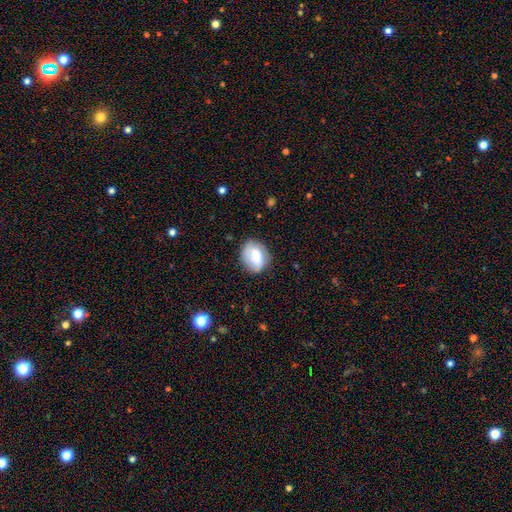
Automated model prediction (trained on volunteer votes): A smooth galaxy with no disk features (65%) that is in between round and cigar-shaped (56%). Merging: none (77%).